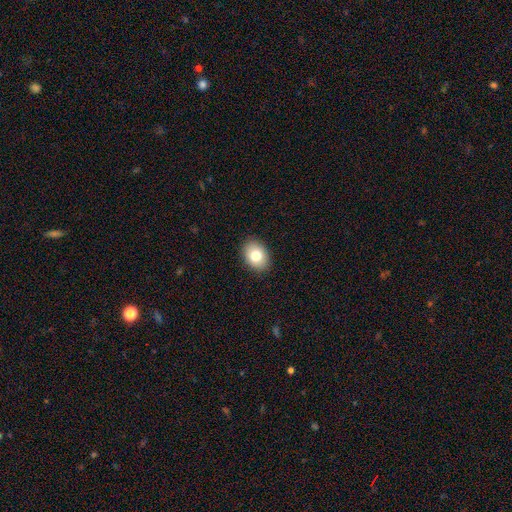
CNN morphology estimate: This is clearly a smooth galaxy (80%). How rounded: likely in between (73%). Merging: clearly none (90%).